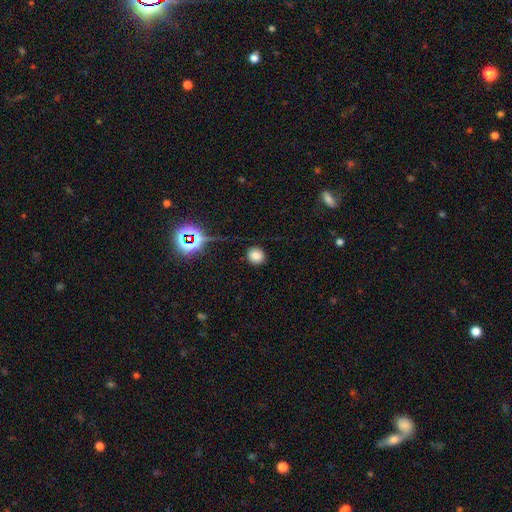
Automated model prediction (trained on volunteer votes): Smooth or featured? Predicted: smooth (p=0.77). How rounded? Predicted: round (p=0.82). Merging? Predicted: none (p=0.86).